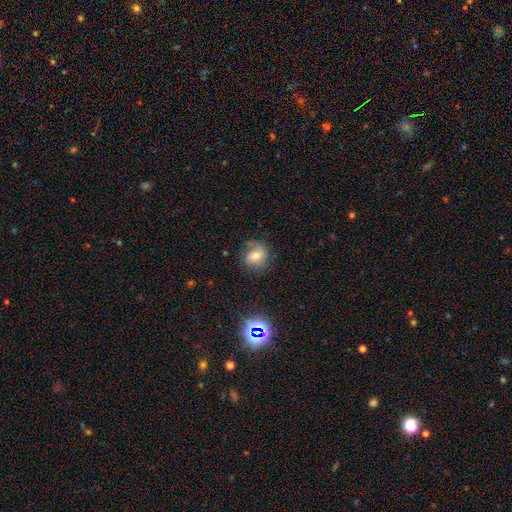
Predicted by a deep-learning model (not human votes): A smooth galaxy with no disk features (48%).

Vote fractions:
- Smooth or featured? smooth: 48% / featured or disk: 37% / star or artifact: 14%
- Merging? none: 64% / minor disturbance: 22% / major disturbance: 12% / merger: 2%